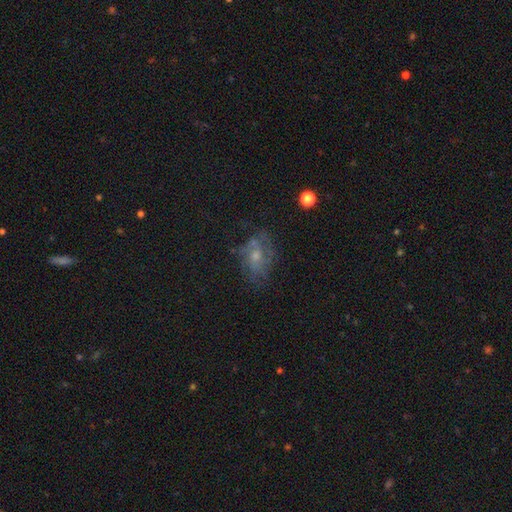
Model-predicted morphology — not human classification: Smooth or featured?
  - featured or disk: 50% *
  - smooth: 29%
  - star or artifact: 21%
Merging?
  - none: 59% *
  - minor disturbance: 22%
  - major disturbance: 16%
  - merger: 3%